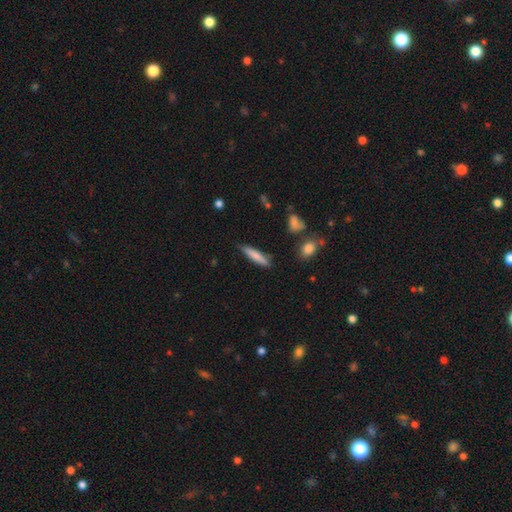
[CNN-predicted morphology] This appears to be a smooth galaxy with no disk features (79%) that is cigar-shaped (85%). Merging: none (84%).